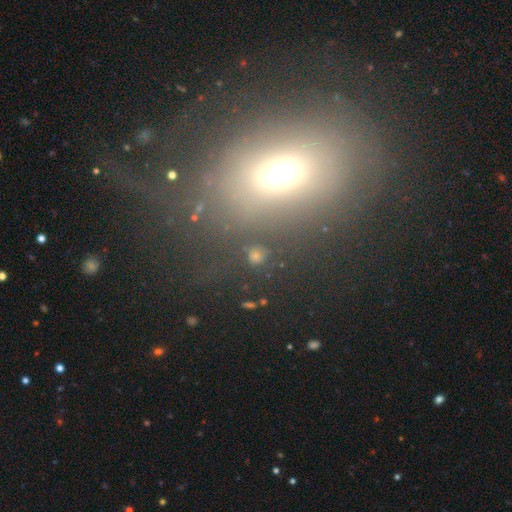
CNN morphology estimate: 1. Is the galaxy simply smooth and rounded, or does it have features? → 48% smooth, 40% star or artifact, 12% featured or disk.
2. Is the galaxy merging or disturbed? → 78% none, 9% minor disturbance, 6% major disturbance, 6% merger.